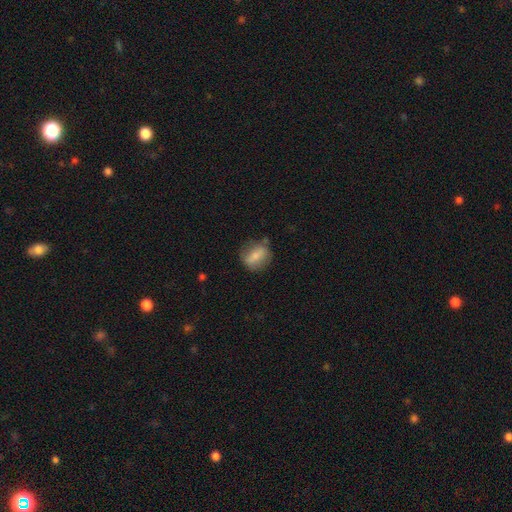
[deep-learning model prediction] smooth_or_featured: smooth (p=0.65) [alt: featured or disk p=0.27]
how_rounded: in between (p=0.50) [alt: round p=0.44]
merging: none (p=0.68) [alt: minor disturbance p=0.21]